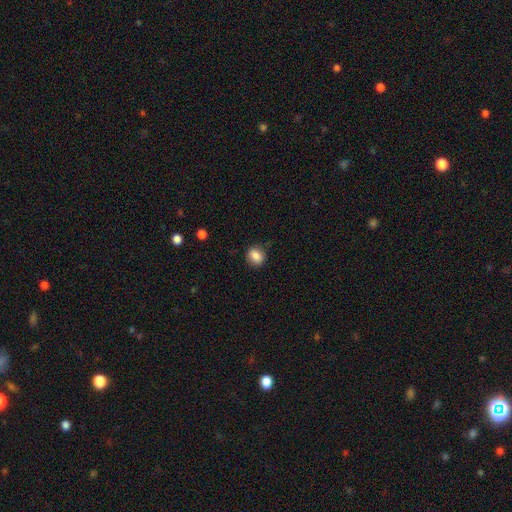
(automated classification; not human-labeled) This is clearly a smooth galaxy (85%). How rounded: likely round (61%). Merging: clearly none (83%).